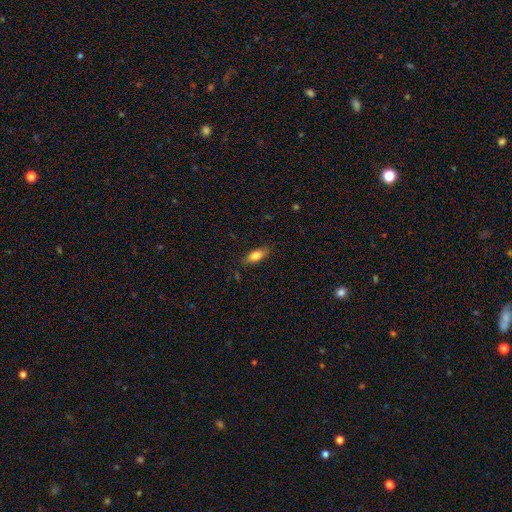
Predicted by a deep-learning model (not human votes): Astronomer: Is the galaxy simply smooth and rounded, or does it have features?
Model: smooth — 78%.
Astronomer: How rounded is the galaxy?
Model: in between — 75%.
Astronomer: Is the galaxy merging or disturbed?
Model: none — 83%.